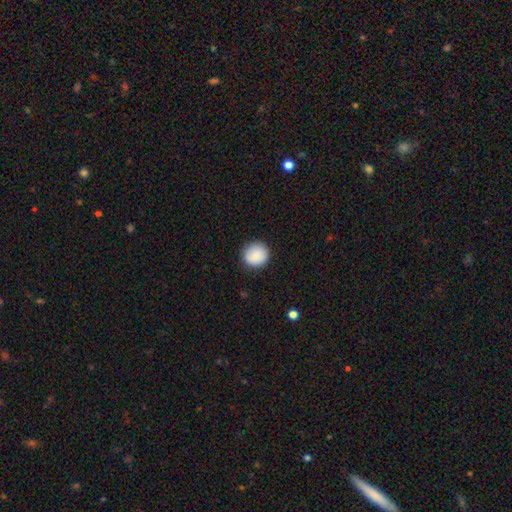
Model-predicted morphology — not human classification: This appears to be a smooth galaxy with no disk features (88%) that is round (92%). Merging: none (89%).